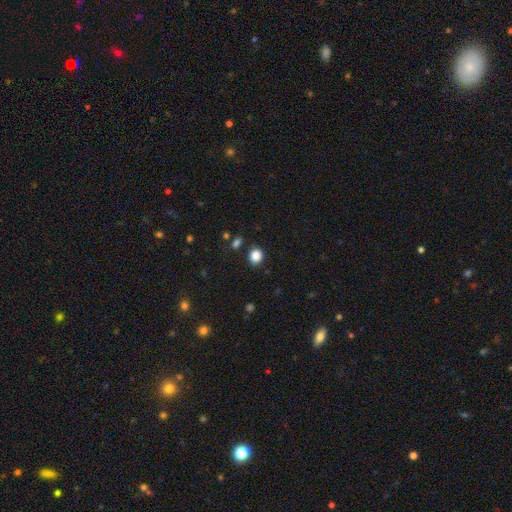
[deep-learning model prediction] A smooth galaxy with no disk features (86%) that is round (75%).

Vote fractions:
- Smooth or featured? smooth: 86% / star or artifact: 11% / featured or disk: 3%
- How rounded? round: 75% / in between: 24% / cigar-shaped: 1%
- Merging? none: 85% / minor disturbance: 8% / merger: 3% / major disturbance: 3%